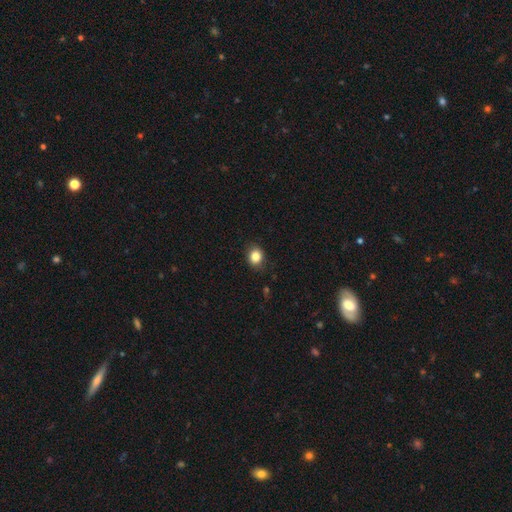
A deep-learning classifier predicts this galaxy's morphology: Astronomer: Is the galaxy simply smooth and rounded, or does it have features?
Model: smooth — 84%.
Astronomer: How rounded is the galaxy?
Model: round — 63%.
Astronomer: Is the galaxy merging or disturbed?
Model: none — 86%.